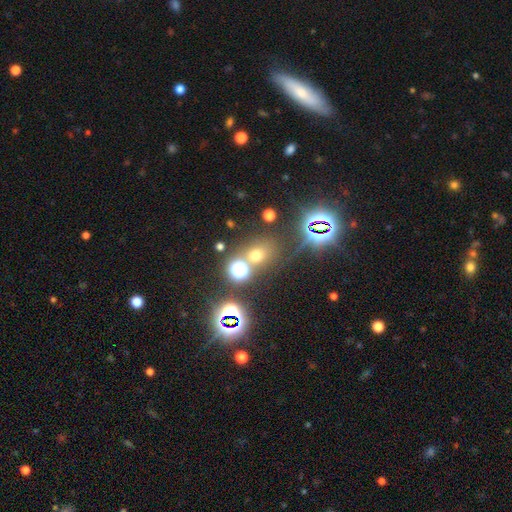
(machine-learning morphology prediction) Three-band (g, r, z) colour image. It shows a smooth galaxy with no disk features (53%) that is round (70%). Merging: none (68%).